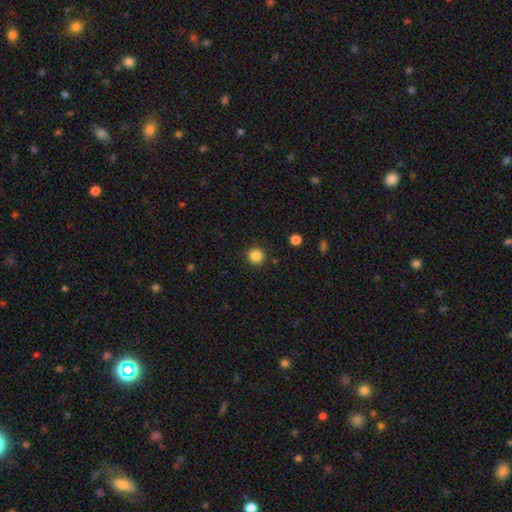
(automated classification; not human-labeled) A smooth galaxy with no disk features (86%) that is round (95%).

Vote fractions:
- Smooth or featured? smooth: 86% / star or artifact: 11% / featured or disk: 3%
- How rounded? round: 95% / in between: 4% / cigar-shaped: 1%
- Merging? none: 90% / minor disturbance: 6% / major disturbance: 2% / merger: 2%